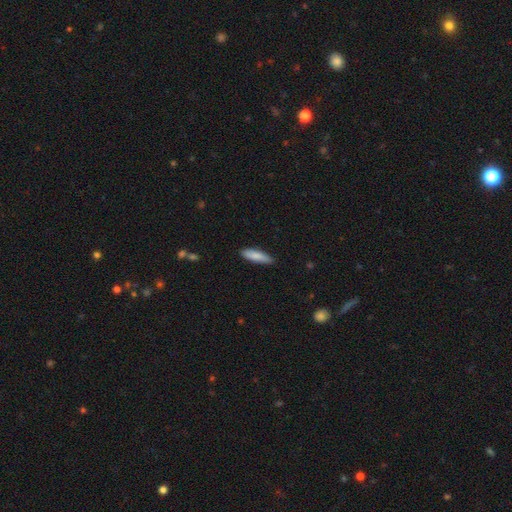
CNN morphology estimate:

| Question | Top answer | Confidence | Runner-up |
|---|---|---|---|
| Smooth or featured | smooth | 84% | featured or disk (11%) |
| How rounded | cigar-shaped | 65% | in between (33%) |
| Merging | none | 84% | minor disturbance (13%) |